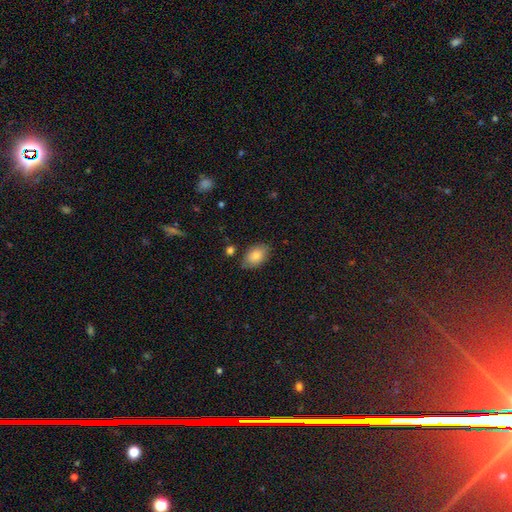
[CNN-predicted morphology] This appears to be a smooth galaxy with no disk features (82%) that is in between round and cigar-shaped (88%). Merging: none (78%).